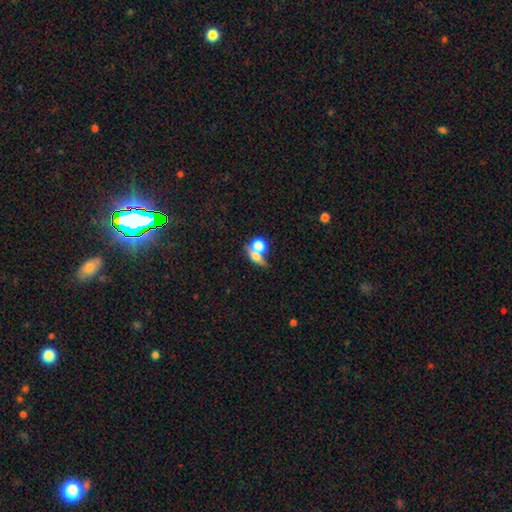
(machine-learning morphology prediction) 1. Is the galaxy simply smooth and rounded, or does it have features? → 65% smooth, 23% featured or disk, 12% star or artifact.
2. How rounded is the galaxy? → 46% in between, 41% round, 13% cigar-shaped.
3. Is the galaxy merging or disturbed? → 54% merger, 30% none, 8% minor disturbance, 8% major disturbance.